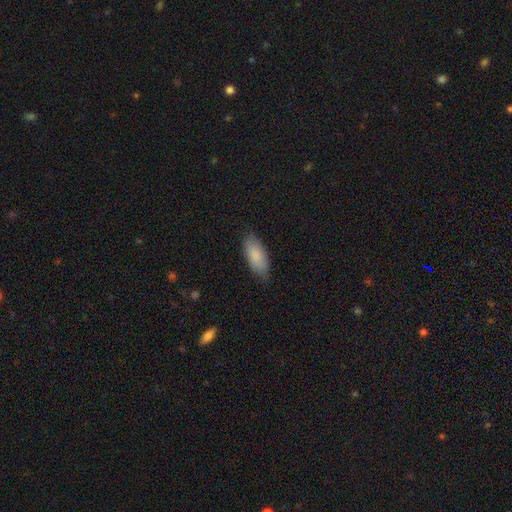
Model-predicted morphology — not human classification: smooth-or-featured: smooth: 86% | featured or disk: 9% | star or artifact: 6%
  how-rounded: in between: 81% | cigar-shaped: 18% | round: 2%
  merging: none: 80% | minor disturbance: 17% | major disturbance: 3% | merger: 1%